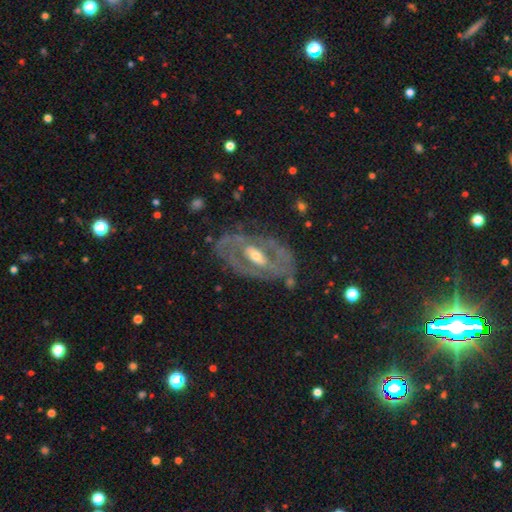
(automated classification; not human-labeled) Morphology: type=featured or disk (80%); edge-on=no (93%); bar=weak (37%, tied with no); spiral arms=yes (59%); bulge=moderate (61%); merging=none (67%).